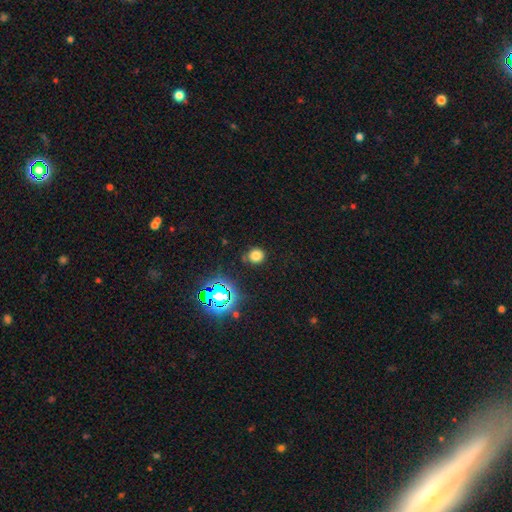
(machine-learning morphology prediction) smooth-or-featured: smooth: 72% | star or artifact: 22% | featured or disk: 6%
  how-rounded: round: 82% | in between: 17% | cigar-shaped: 1%
  merging: none: 80% | minor disturbance: 13% | major disturbance: 4% | merger: 3%